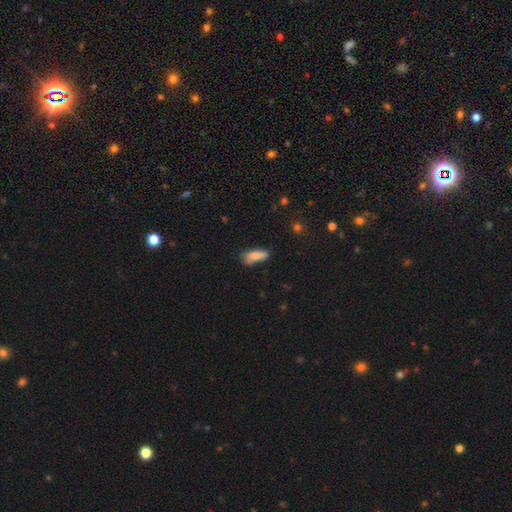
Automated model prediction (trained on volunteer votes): Morphology: type=smooth (78%); roundness=in between (67%); merging=none (49%).